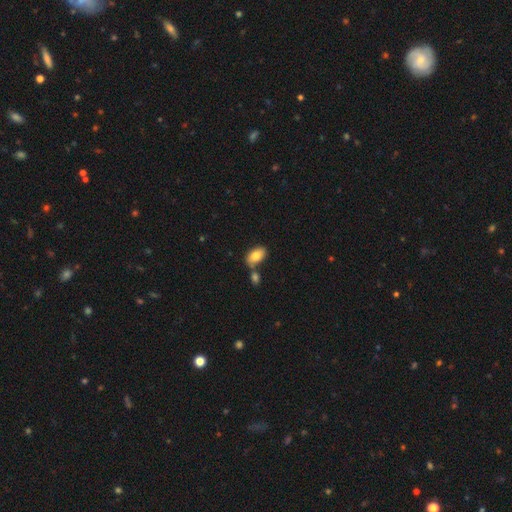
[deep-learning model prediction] Smooth or featured?
  - smooth: 83% *
  - featured or disk: 10%
  - star or artifact: 7%
How rounded?
  - in between: 93% *
  - round: 5%
  - cigar-shaped: 2%
Merging?
  - none: 61% *
  - merger: 23%
  - minor disturbance: 13%
  - major disturbance: 3%